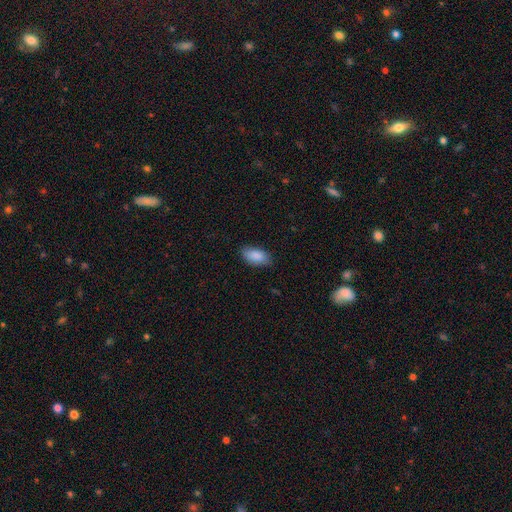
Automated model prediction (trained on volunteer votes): A smooth galaxy with no disk features (88%) that is in between round and cigar-shaped (93%).

Vote fractions:
- Smooth or featured? smooth: 88% / star or artifact: 6% / featured or disk: 5%
- How rounded? in between: 93% / cigar-shaped: 4% / round: 3%
- Merging? none: 80% / minor disturbance: 15% / major disturbance: 3% / merger: 1%